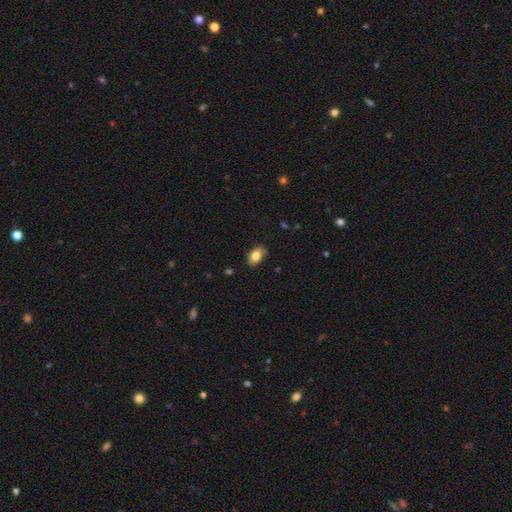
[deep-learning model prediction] Q: Smooth or featured?
A: smooth (82%); runner-up: featured or disk (10%)
Q: How rounded?
A: in between (85%); runner-up: round (14%)
Q: Merging?
A: none (80%); runner-up: minor disturbance (16%)